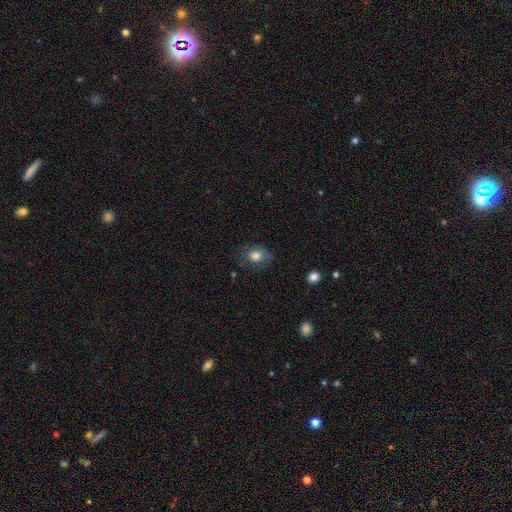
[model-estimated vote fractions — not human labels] smooth-or-featured: smooth: 77% | featured or disk: 13% | star or artifact: 10%
  how-rounded: in between: 50% | round: 48% | cigar-shaped: 1%
  merging: none: 66% | minor disturbance: 23% | major disturbance: 10% | merger: 2%